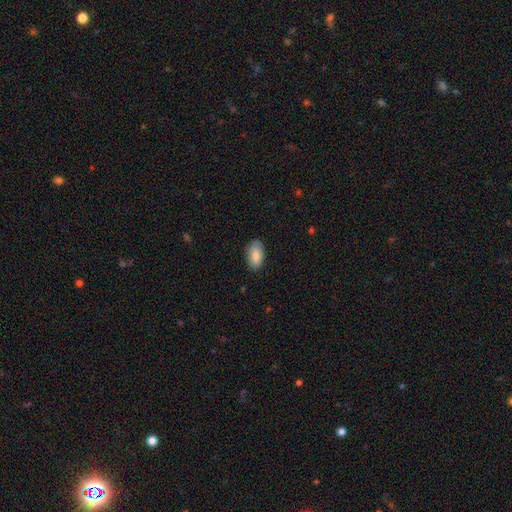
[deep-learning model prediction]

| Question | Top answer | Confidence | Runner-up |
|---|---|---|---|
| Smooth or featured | smooth | 81% | featured or disk (13%) |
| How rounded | in between | 93% | cigar-shaped (3%) |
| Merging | none | 82% | minor disturbance (14%) |